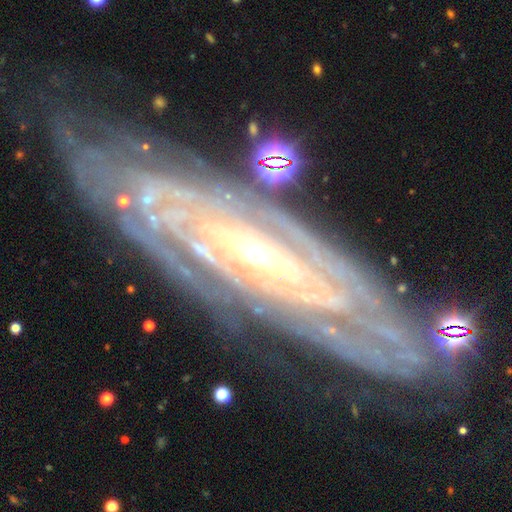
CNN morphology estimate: A featured or disk galaxy (88%) with no bar (49%), tight (77%) spiral arms (90%) and a moderate central bulge (52%).

Vote fractions:
- Smooth or featured? featured or disk: 88% / smooth: 6% / star or artifact: 6%
- Edge-on disk? no: 81% / yes: 19%
- Bar? no: 49% / weak: 30% / strong: 22%
- Spiral arms? yes: 90% / no: 10%
- Spiral winding? tight: 77% / medium: 17% / loose: 5%
- Spiral arm count? can't tell: 43% / 2: 19% / 3: 12% / 4: 10% / more than 4: 9% / 1: 7%
- Bulge size? moderate: 52% / small: 39% / large: 6% / none: 2% / dominant: 2%
- Merging? none: 70% / minor disturbance: 18% / major disturbance: 9% / merger: 3%